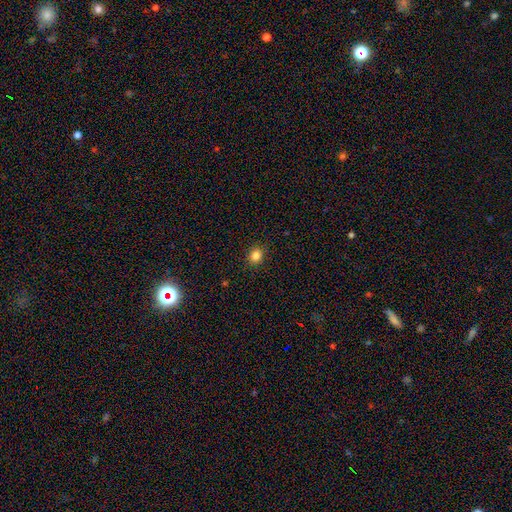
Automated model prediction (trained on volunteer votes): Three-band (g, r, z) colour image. It shows a smooth galaxy with no disk features (83%) that is round (74%). Merging: none (90%).